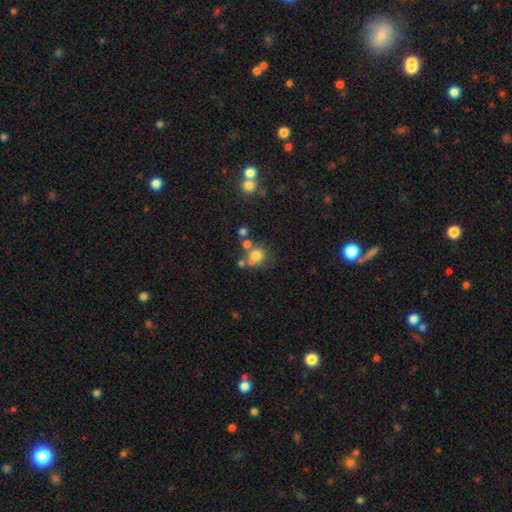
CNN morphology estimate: smooth-or-featured: smooth: 72% | featured or disk: 15% | star or artifact: 14%
  how-rounded: round: 76% | in between: 23% | cigar-shaped: 1%
  merging: none: 45% | merger: 31% | minor disturbance: 15% | major disturbance: 9%